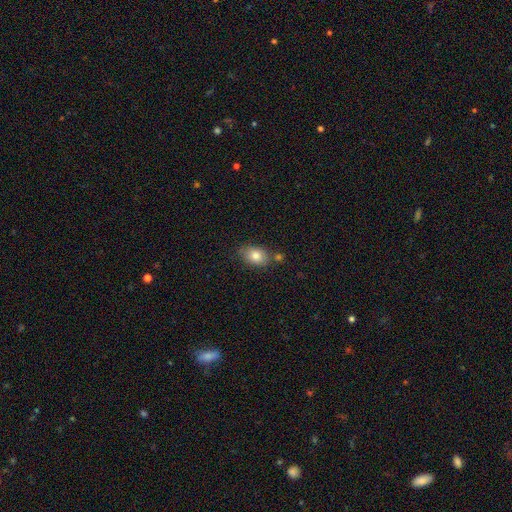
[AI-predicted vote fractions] Morphology: type=smooth (81%); roundness=in between (77%); merging=none (70%).